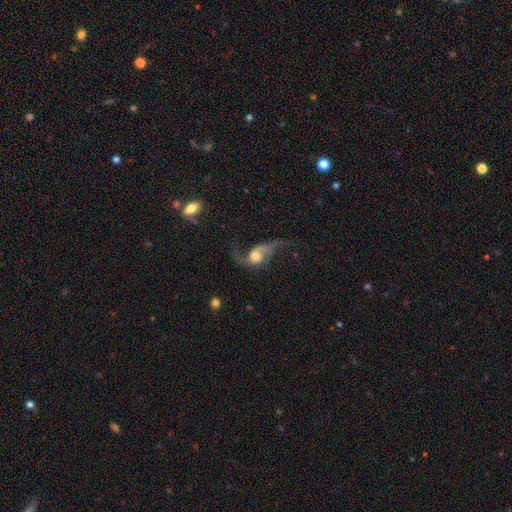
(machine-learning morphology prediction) featured or disk 80%, smooth 13%, star or artifact 7%. Down the decision tree: edge-on disk — no (96%); bar — no (67%); spiral arms — yes (94%); spiral arm count — 2 (86%); spiral winding — loose (82%); bulge size — moderate (55%); merging — none (44%).